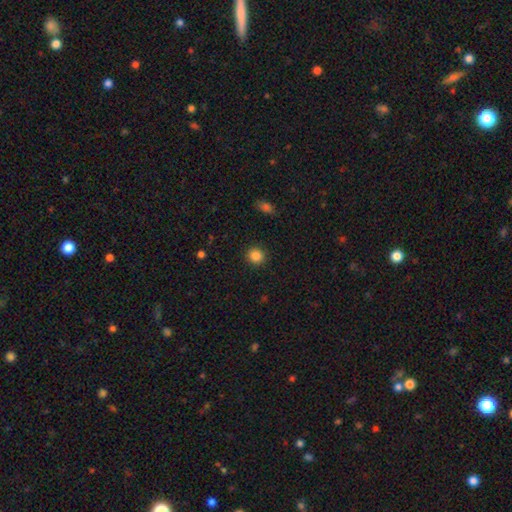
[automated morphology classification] This is clearly a smooth galaxy (86%). How rounded: clearly round (90%). Merging: clearly none (92%).